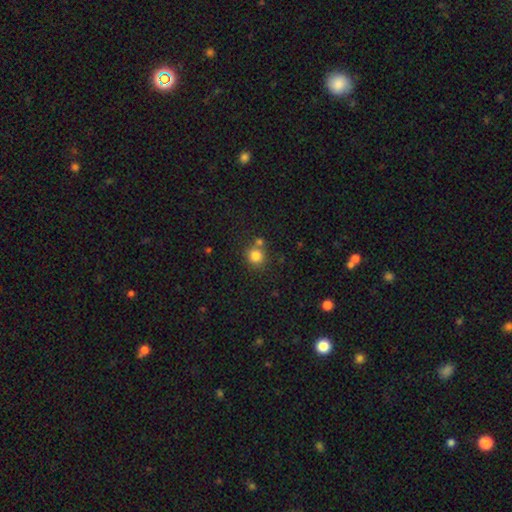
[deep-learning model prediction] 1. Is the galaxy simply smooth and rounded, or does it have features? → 82% smooth, 12% star or artifact, 6% featured or disk.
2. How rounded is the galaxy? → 90% round, 9% in between, 1% cigar-shaped.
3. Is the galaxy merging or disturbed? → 70% none, 19% merger, 9% minor disturbance, 3% major disturbance.